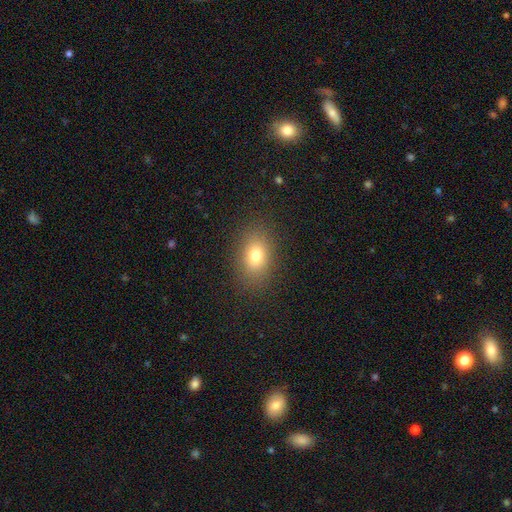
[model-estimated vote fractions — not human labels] Q: Smooth or featured?
A: smooth (77%); runner-up: star or artifact (13%)
Q: How rounded?
A: in between (74%); runner-up: round (24%)
Q: Merging?
A: none (86%); runner-up: minor disturbance (9%)